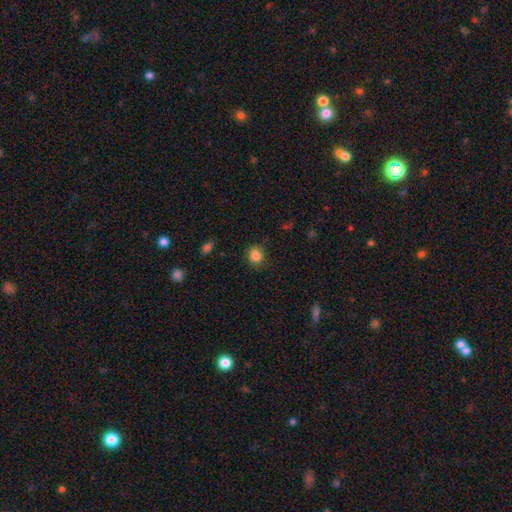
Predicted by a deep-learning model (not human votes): Smooth or featured: smooth — 85% (star or artifact — 10%)
How rounded: round — 70% (in between — 29%)
Merging: none — 78% (minor disturbance — 17%)